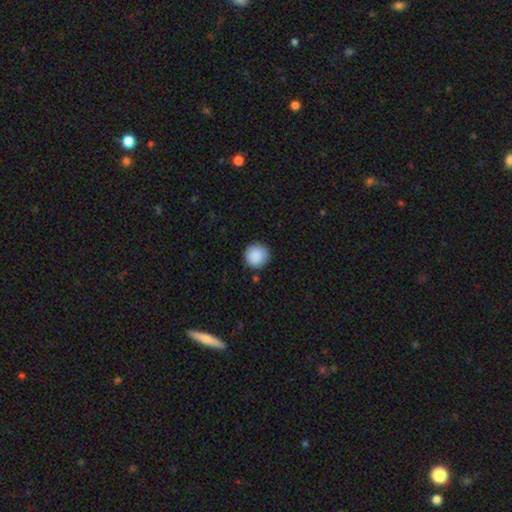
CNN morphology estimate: This appears to be a smooth galaxy with no disk features (89%) that is round (95%). Merging: none (89%).